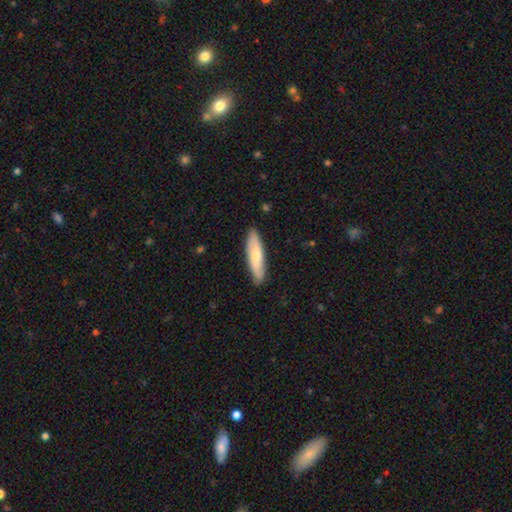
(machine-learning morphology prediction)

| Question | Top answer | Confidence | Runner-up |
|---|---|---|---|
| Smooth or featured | smooth | 70% | featured or disk (25%) |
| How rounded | cigar-shaped | 74% | in between (25%) |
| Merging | none | 87% | minor disturbance (10%) |